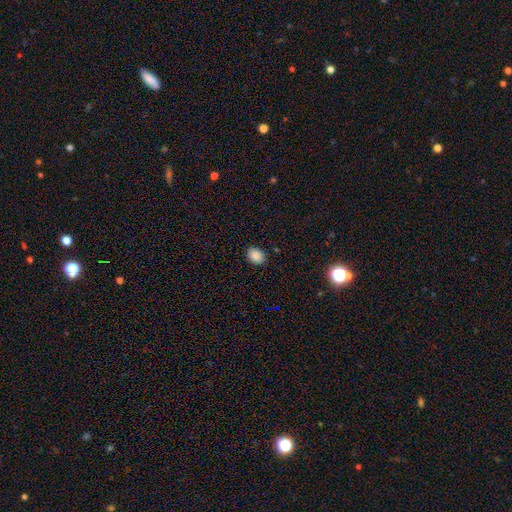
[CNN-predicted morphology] smooth-or-featured: smooth: 87% | star or artifact: 9% | featured or disk: 3%
  how-rounded: in between: 59% | round: 40% | cigar-shaped: 1%
  merging: none: 88% | minor disturbance: 9% | major disturbance: 2% | merger: 1%